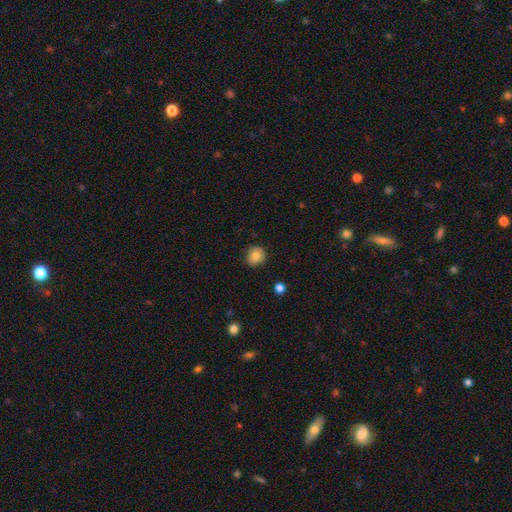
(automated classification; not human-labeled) Overall: smooth (83%). How rounded: round (87%). Merging: none (89%).